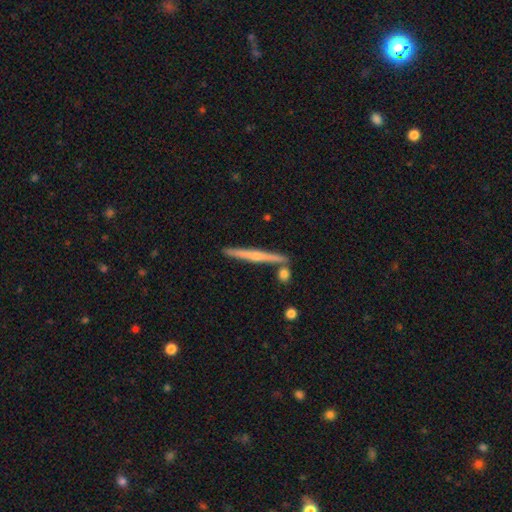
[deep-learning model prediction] A featured or disk galaxy (65%) viewed edge-on (98%) with a rounded central bulge (68%). Merging: none (85%).